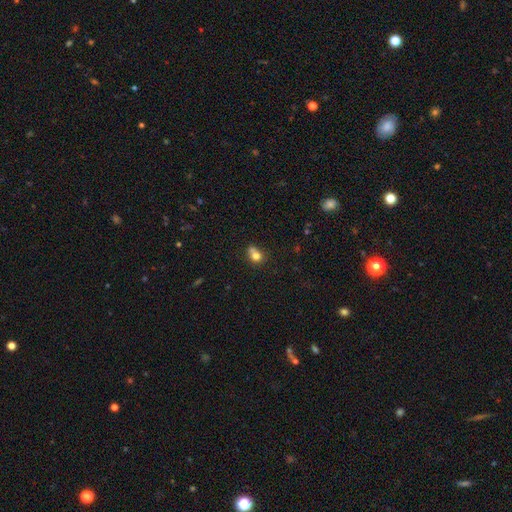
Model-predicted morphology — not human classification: A smooth galaxy with no disk features (75%) that is round (71%).

Vote fractions:
- Smooth or featured? smooth: 75% / featured or disk: 13% / star or artifact: 12%
- How rounded? round: 71% / in between: 28% / cigar-shaped: 1%
- Merging? none: 41% / merger: 40% / minor disturbance: 14% / major disturbance: 6%